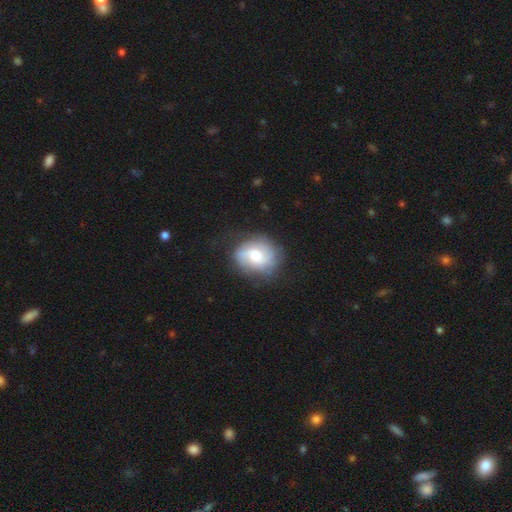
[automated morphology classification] Q: Smooth or featured?
A: featured or disk (65%); runner-up: smooth (28%)
Q: Edge-on disk?
A: no (97%); runner-up: yes (3%)
Q: Bar?
A: no (64%); runner-up: weak (31%)
Q: Spiral arms?
A: yes (91%); runner-up: no (9%)
Q: Spiral winding?
A: tight (43%); runner-up: medium (39%)
Q: Spiral arm count?
A: 2 (31%); tied with: can't tell (31%)
Q: Bulge size?
A: moderate (57%); runner-up: small (21%)
Q: Merging?
A: none (70%); runner-up: minor disturbance (19%)